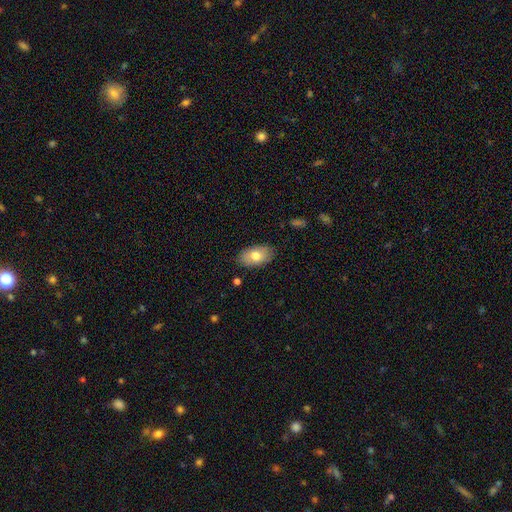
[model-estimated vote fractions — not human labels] Smooth or featured: smooth — 76% (featured or disk — 18%)
How rounded: in between — 93% (round — 6%)
Merging: none — 85% (minor disturbance — 11%)